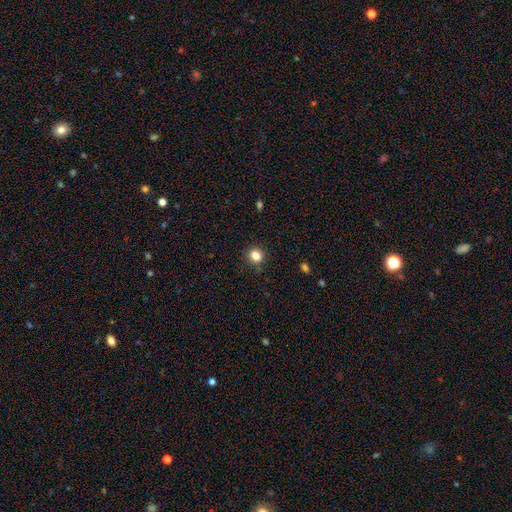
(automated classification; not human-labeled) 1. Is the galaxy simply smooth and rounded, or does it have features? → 83% smooth, 12% star or artifact, 5% featured or disk.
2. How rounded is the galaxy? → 86% round, 13% in between, 1% cigar-shaped.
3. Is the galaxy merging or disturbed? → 90% none, 7% minor disturbance, 2% major disturbance, 1% merger.